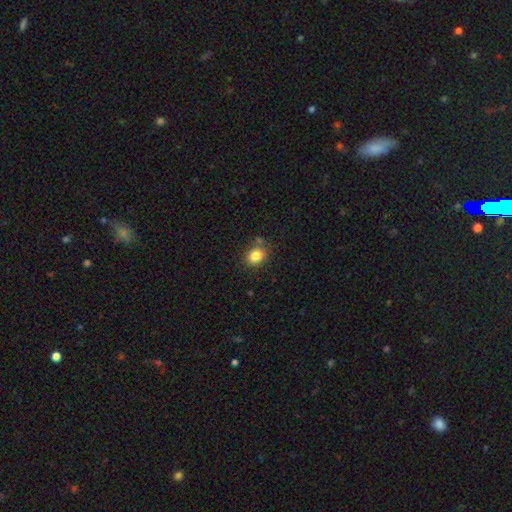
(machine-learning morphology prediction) smooth_or_featured: smooth (p=0.82) [alt: star or artifact p=0.11]
how_rounded: round (p=0.62) [alt: in between p=0.37]
merging: none (p=0.75) [alt: minor disturbance p=0.14]